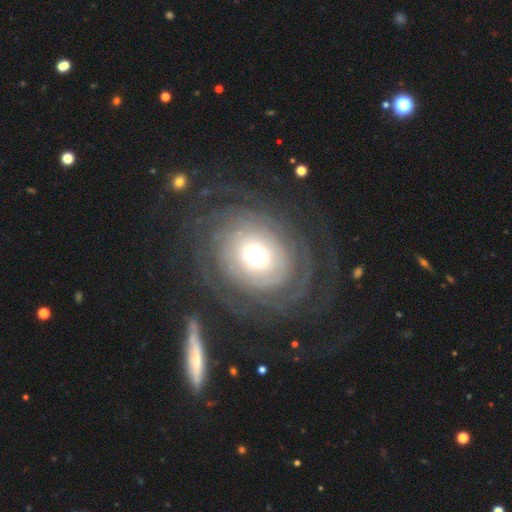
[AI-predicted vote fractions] Smooth or featured?
  - featured or disk: 77% *
  - smooth: 15%
  - star or artifact: 8%
Edge-on disk?
  - no: 97% *
  - yes: 3%
Bar?
  - no: 83% *
  - weak: 12%
  - strong: 6%
Spiral arms?
  - yes: 85% *
  - no: 15%
Spiral winding?
  - tight: 71% *
  - medium: 18%
  - loose: 11%
Spiral arm count?
  - can't tell: 39% *
  - 2: 17%
  - more than 4: 12%
  - 3: 12%
  - 4: 10%
  - 1: 9%
Bulge size?
  - moderate: 54% *
  - large: 28%
  - small: 12%
  - dominant: 5%
  - none: 1%
Merging?
  - none: 71% *
  - minor disturbance: 13%
  - major disturbance: 13%
  - merger: 2%